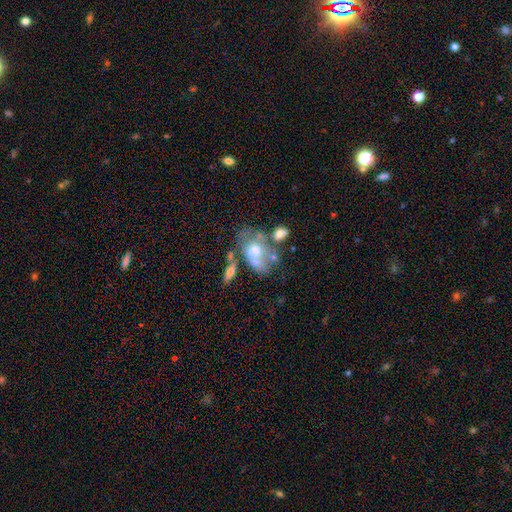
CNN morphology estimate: This appears to be a featured or disk galaxy (58%) with no bar (82%), no spiral arms (62%) and a moderate central bulge (63%). Merging: none (34%).